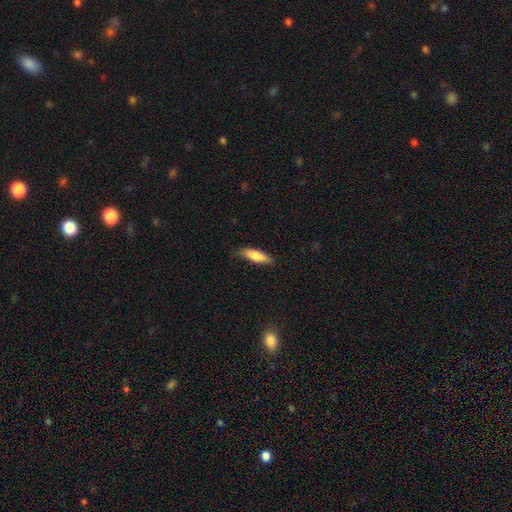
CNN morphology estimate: Smooth or featured? smooth (81%)
How rounded? cigar-shaped (54%)
Merging? none (82%)